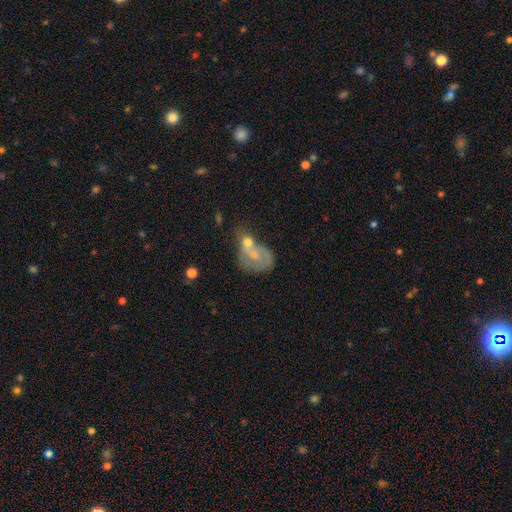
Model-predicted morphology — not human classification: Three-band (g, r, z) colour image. It shows a featured or disk galaxy (52%) with no bar (62%), spiral arms (59%) and a small central bulge (46%). Merging: merger (53%).